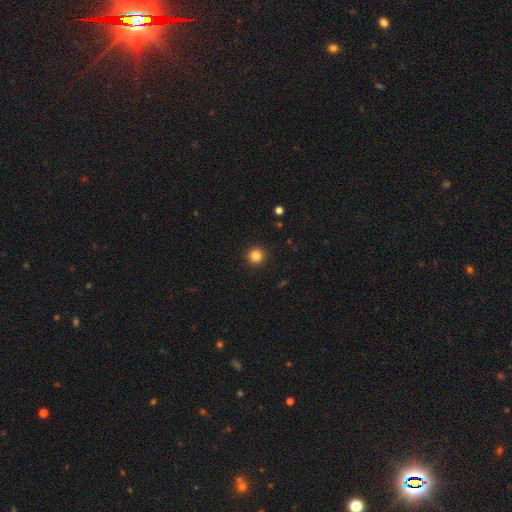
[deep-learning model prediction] smooth_or_featured: smooth (p=0.84) [alt: star or artifact p=0.12]
how_rounded: round (p=0.95) [alt: in between p=0.04]
merging: none (p=0.93) [alt: minor disturbance p=0.04]